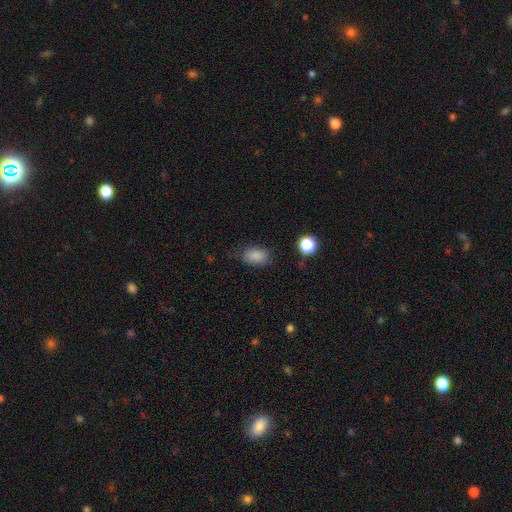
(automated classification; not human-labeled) This is clearly a smooth galaxy (85%). How rounded: clearly in between (84%). Merging: likely none (74%).